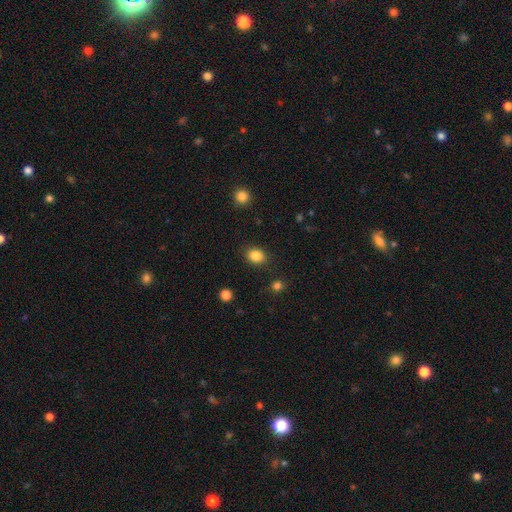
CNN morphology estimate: Smooth or featured?
  - smooth: 86% *
  - star or artifact: 10%
  - featured or disk: 4%
How rounded?
  - round: 52% *
  - in between: 47%
  - cigar-shaped: 1%
Merging?
  - none: 87% *
  - minor disturbance: 9%
  - major disturbance: 3%
  - merger: 2%